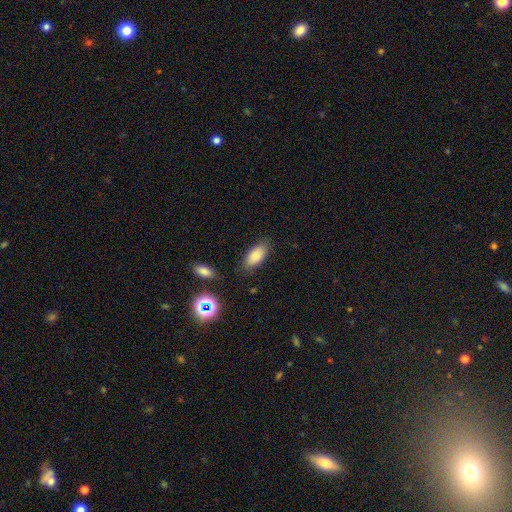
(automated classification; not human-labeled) A smooth galaxy with no disk features (83%) that is in between round and cigar-shaped (90%). Merging: none (80%).